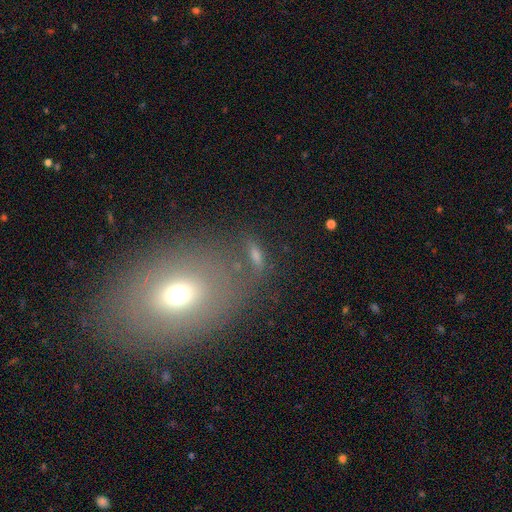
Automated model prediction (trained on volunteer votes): Smooth or featured? smooth (51%)
How rounded? in between (56%)
Merging? none (57%)